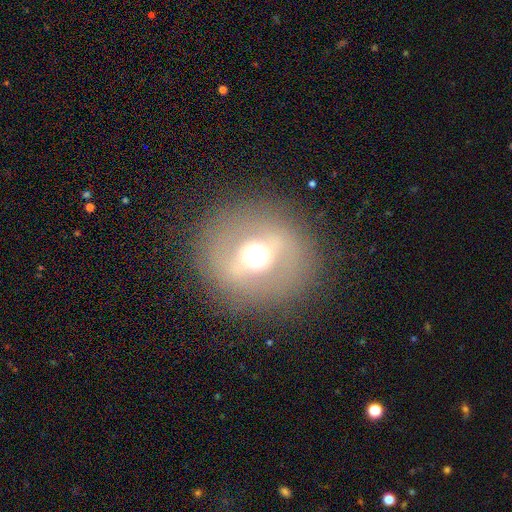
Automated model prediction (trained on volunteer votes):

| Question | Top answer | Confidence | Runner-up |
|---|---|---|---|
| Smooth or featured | smooth | 42% | featured or disk (41%) |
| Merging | none | 82% | minor disturbance (9%) |